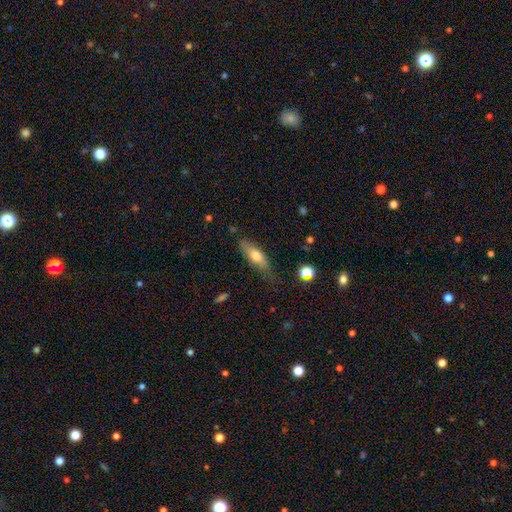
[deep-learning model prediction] This appears to be a smooth galaxy with no disk features (63%) that is in between round and cigar-shaped (50%). Merging: none (69%).